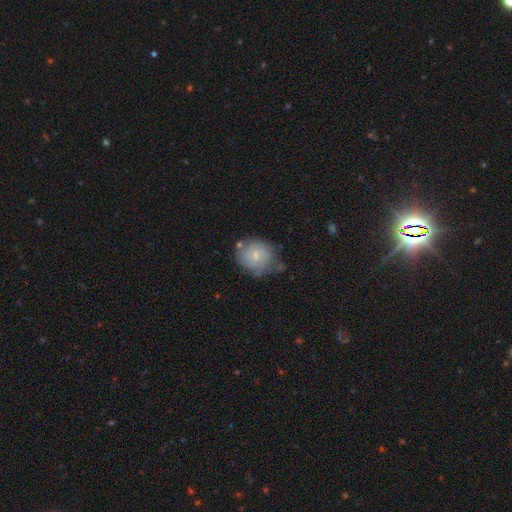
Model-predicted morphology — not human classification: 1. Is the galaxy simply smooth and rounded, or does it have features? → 52% smooth, 40% featured or disk, 7% star or artifact.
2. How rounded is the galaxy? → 74% round, 25% in between, 1% cigar-shaped.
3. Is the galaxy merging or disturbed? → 49% none, 30% minor disturbance, 12% major disturbance, 10% merger.